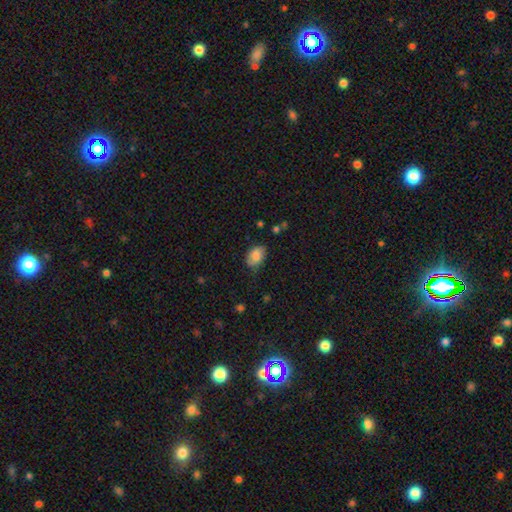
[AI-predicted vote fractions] Q: Smooth or featured?
A: smooth (83%); runner-up: featured or disk (10%)
Q: How rounded?
A: in between (86%); runner-up: round (12%)
Q: Merging?
A: none (69%); runner-up: minor disturbance (24%)